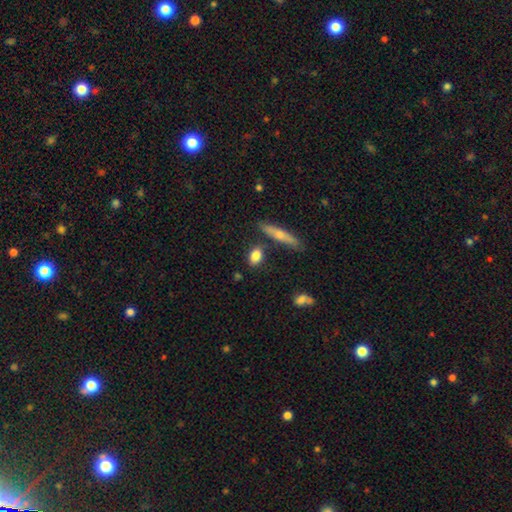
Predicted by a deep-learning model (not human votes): Morphology: type=smooth (80%); roundness=in between (73%); merging=none (74%).